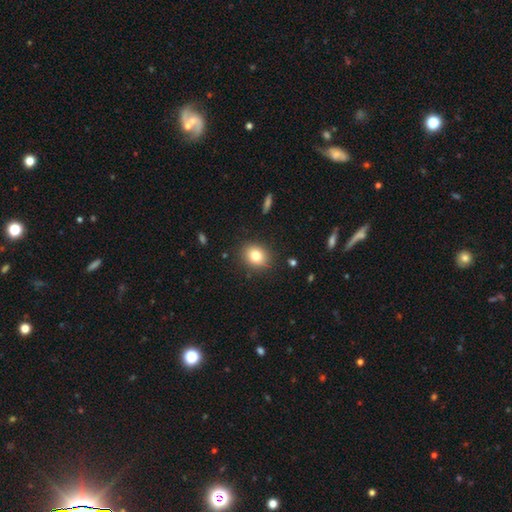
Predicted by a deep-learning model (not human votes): smooth 79%, star or artifact 11%, featured or disk 10%. Down the decision tree: how rounded — round (60%); merging — none (88%).